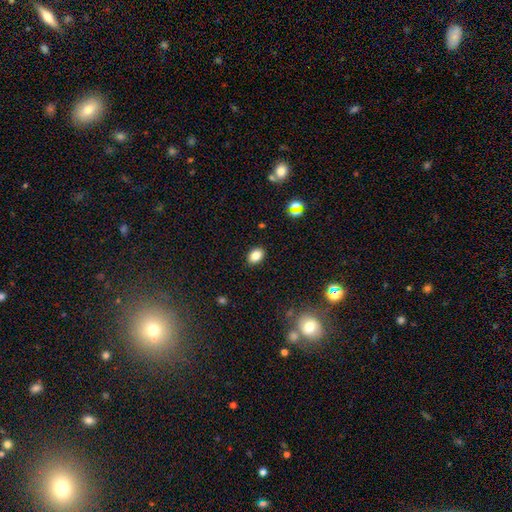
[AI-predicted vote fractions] Smooth or featured?
  - smooth: 84% *
  - star or artifact: 10%
  - featured or disk: 6%
How rounded?
  - in between: 80% *
  - round: 19%
  - cigar-shaped: 1%
Merging?
  - none: 89% *
  - minor disturbance: 8%
  - major disturbance: 2%
  - merger: 1%